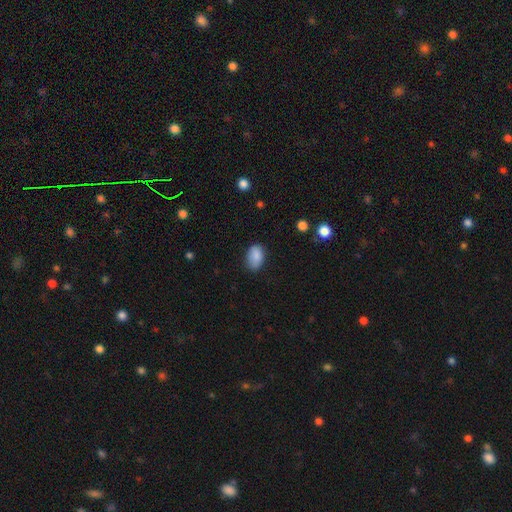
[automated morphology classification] Smooth or featured?
  - smooth: 87% *
  - star or artifact: 8%
  - featured or disk: 5%
How rounded?
  - in between: 88% *
  - round: 11%
  - cigar-shaped: 1%
Merging?
  - none: 74% *
  - minor disturbance: 21%
  - major disturbance: 4%
  - merger: 1%